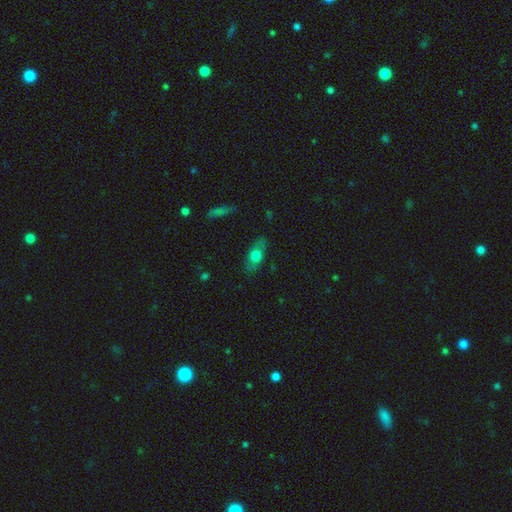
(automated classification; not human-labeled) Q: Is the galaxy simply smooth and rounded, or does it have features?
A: smooth — 62%.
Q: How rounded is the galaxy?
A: in between — 75%.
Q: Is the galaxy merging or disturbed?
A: none — 81%.